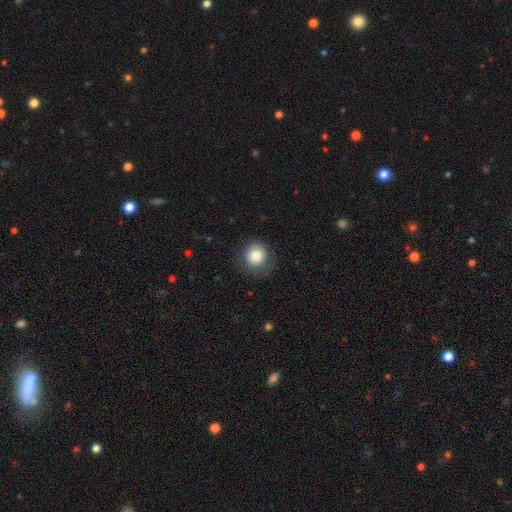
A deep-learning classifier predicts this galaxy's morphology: Smooth or featured? smooth (82%)
How rounded? round (90%)
Merging? none (76%)